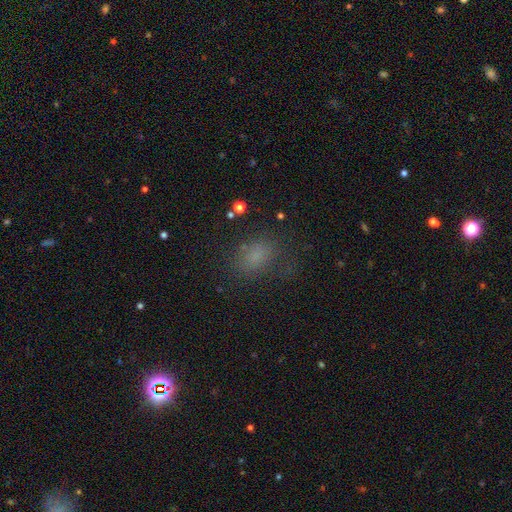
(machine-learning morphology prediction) The model was most divided on "merging": none: 67%, minor disturbance: 19%, major disturbance: 13%, merger: 2%. More confident: how rounded — in between (75%); smooth or featured — smooth (72%).